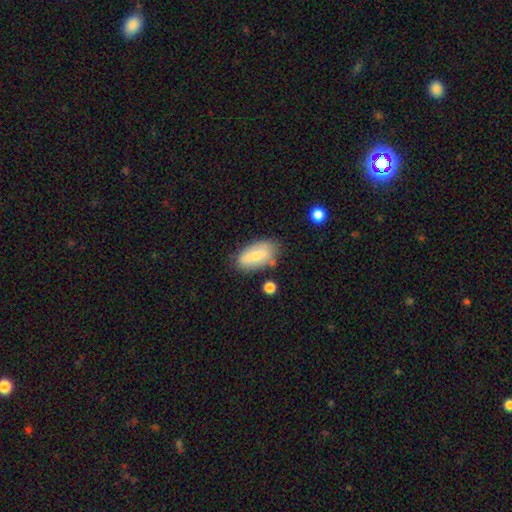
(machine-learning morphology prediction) A smooth galaxy with no disk features (64%) that is in between round and cigar-shaped (88%). Merging: none (73%).